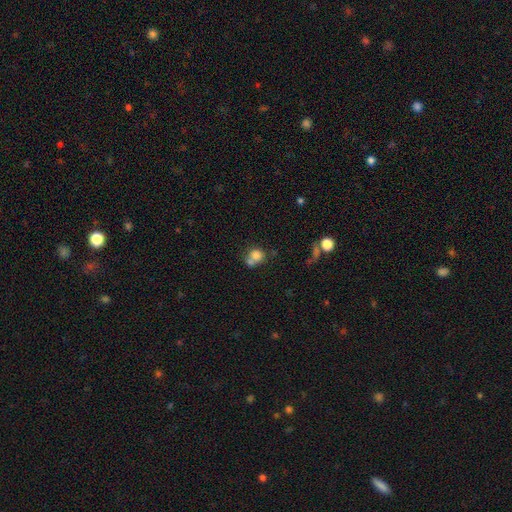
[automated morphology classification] Smooth or featured: smooth — 76% (featured or disk — 13%)
How rounded: round — 77% (in between — 22%)
Merging: merger — 46% (none — 37%)